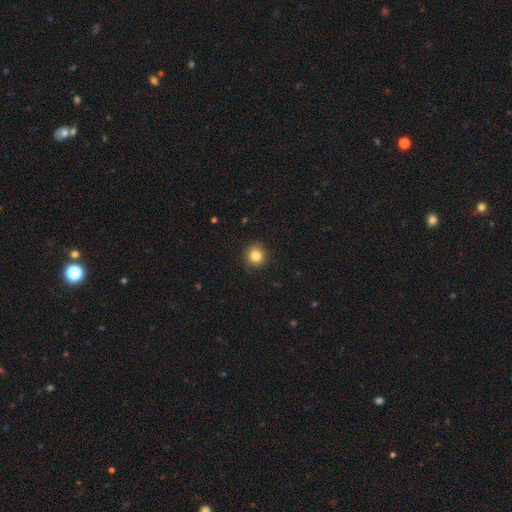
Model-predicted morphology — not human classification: The model was most divided on "smooth or featured": smooth: 83%, star or artifact: 11%, featured or disk: 6%. More confident: how rounded — round (94%); merging — none (90%).